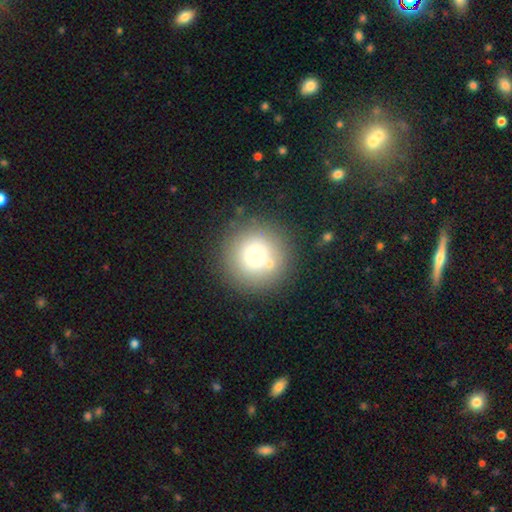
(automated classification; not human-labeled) Morphology: type=smooth (70%); roundness=round (96%); merging=none (80%).